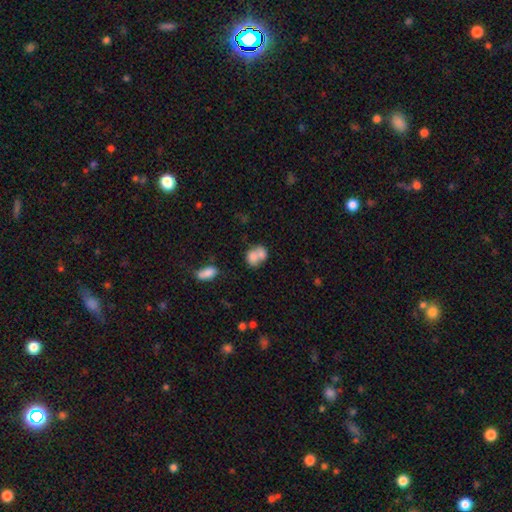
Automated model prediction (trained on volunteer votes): smooth_or_featured: smooth (p=0.72) [alt: featured or disk p=0.19]
how_rounded: in between (p=0.53) [alt: round p=0.45]
merging: merger (p=0.64) [alt: none p=0.22]